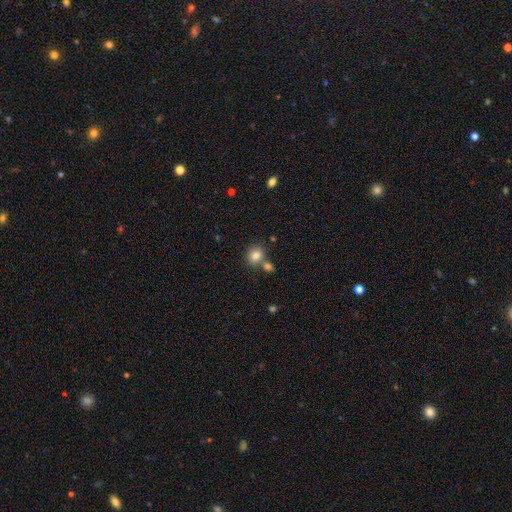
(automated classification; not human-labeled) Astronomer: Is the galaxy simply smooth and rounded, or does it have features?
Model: smooth — 81%.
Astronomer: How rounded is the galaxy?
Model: round — 67%.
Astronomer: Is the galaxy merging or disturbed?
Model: none — 62%.